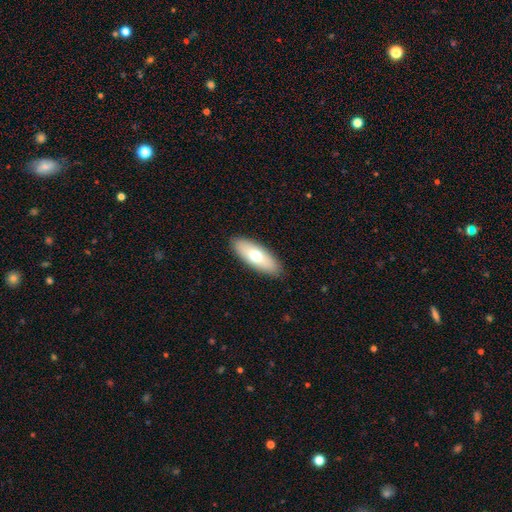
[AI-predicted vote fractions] Q: Smooth or featured?
A: smooth (65%); runner-up: featured or disk (29%)
Q: How rounded?
A: in between (72%); runner-up: cigar-shaped (26%)
Q: Merging?
A: none (88%); runner-up: minor disturbance (9%)